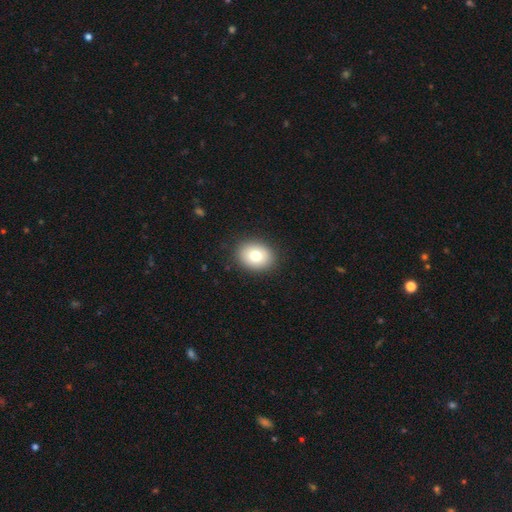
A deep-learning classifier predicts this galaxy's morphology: A smooth galaxy with no disk features (77%) that is in between round and cigar-shaped (54%).

Vote fractions:
- Smooth or featured? smooth: 77% / featured or disk: 13% / star or artifact: 9%
- How rounded? in between: 54% / round: 45% / cigar-shaped: 1%
- Merging? none: 89% / minor disturbance: 8% / major disturbance: 2% / merger: 1%